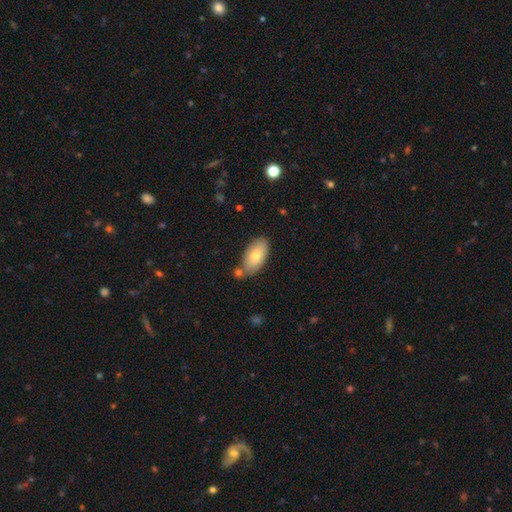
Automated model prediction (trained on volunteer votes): A smooth galaxy with no disk features (76%) that is in between round and cigar-shaped (94%). Merging: none (69%).